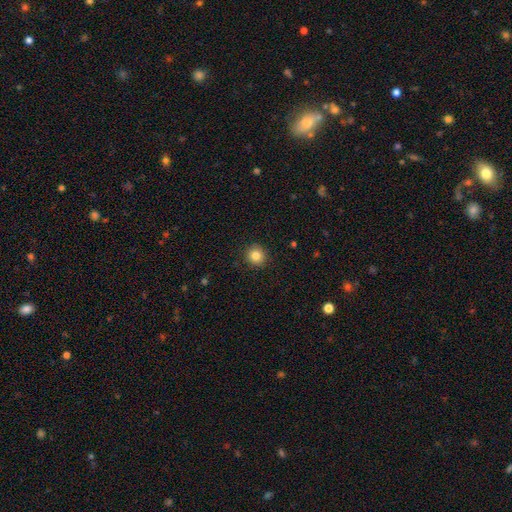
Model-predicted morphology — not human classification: Smooth or featured: smooth — 84% (star or artifact — 10%)
How rounded: round — 90% (in between — 9%)
Merging: none — 91% (minor disturbance — 6%)